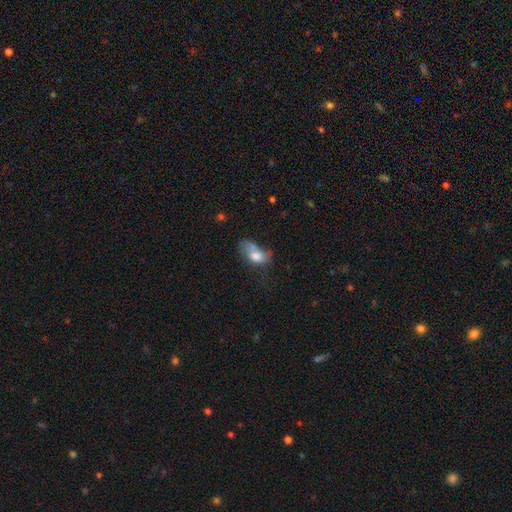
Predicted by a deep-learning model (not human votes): Smooth or featured? smooth (68%)
How rounded? in between (84%)
Merging? merger (32%)